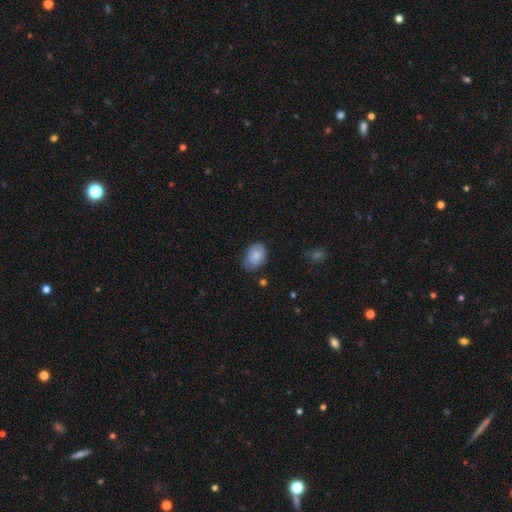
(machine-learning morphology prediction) A smooth galaxy with no disk features (79%) that is in between round and cigar-shaped (81%). Merging: none (64%).